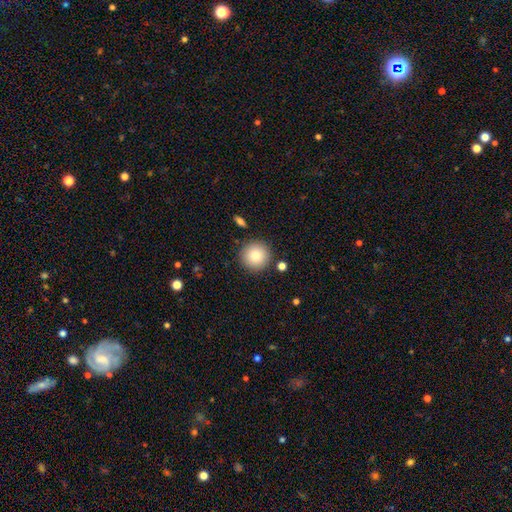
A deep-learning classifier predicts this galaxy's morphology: This appears to be a smooth galaxy with no disk features (85%) that is round (95%). Merging: none (88%).